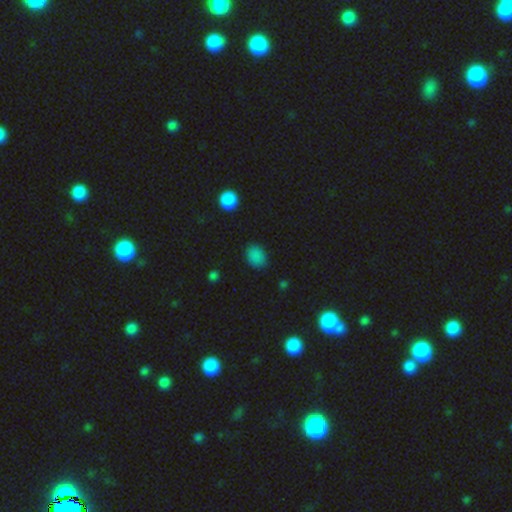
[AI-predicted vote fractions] A smooth galaxy with no disk features (84%) that is in between round and cigar-shaped (57%). Merging: none (84%).